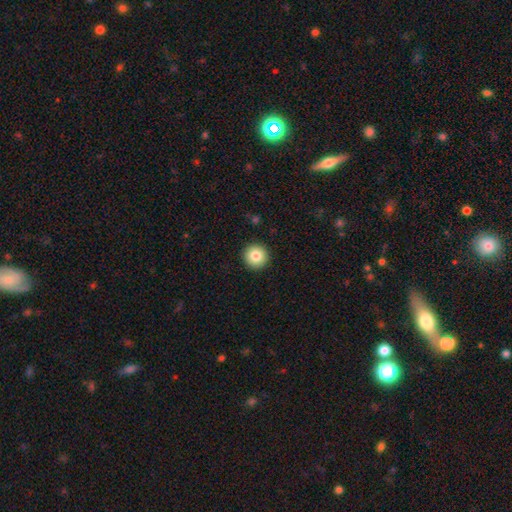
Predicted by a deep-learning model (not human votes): Q: Smooth or featured?
A: smooth (84%); runner-up: star or artifact (9%)
Q: How rounded?
A: round (96%); runner-up: in between (3%)
Q: Merging?
A: none (93%); runner-up: minor disturbance (4%)